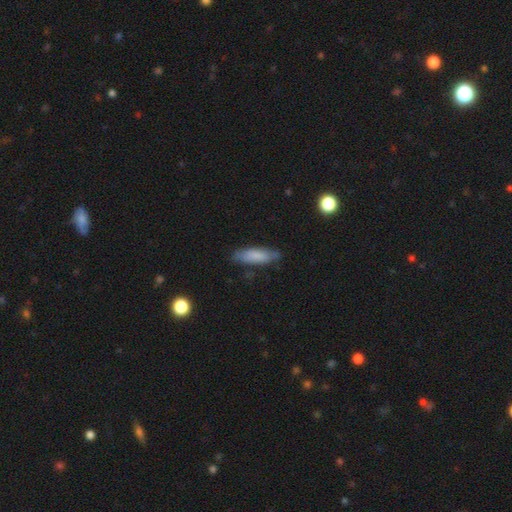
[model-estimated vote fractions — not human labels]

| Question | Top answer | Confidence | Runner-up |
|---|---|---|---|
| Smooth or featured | smooth | 78% | featured or disk (15%) |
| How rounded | cigar-shaped | 52% | in between (46%) |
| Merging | none | 76% | minor disturbance (19%) |